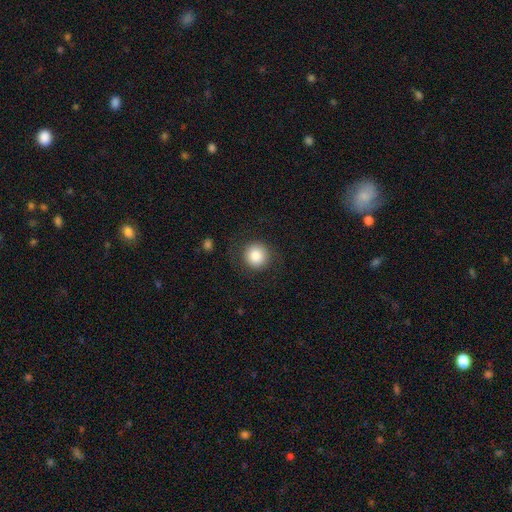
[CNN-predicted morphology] This is clearly a smooth galaxy (84%). How rounded: clearly round (95%). Merging: clearly none (87%).